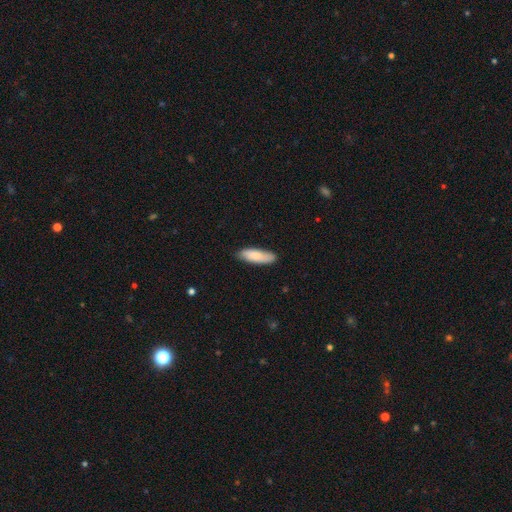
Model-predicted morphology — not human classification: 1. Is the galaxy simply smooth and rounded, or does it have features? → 82% smooth, 13% featured or disk, 5% star or artifact.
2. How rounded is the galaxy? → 54% in between, 45% cigar-shaped, 2% round.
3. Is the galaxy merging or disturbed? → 84% none, 13% minor disturbance, 2% major disturbance, 1% merger.